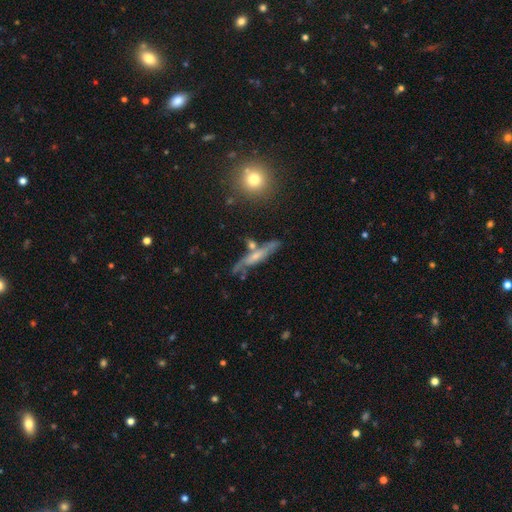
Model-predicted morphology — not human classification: A featured or disk galaxy (56%) viewed edge-on (75%). Merging: none (63%).